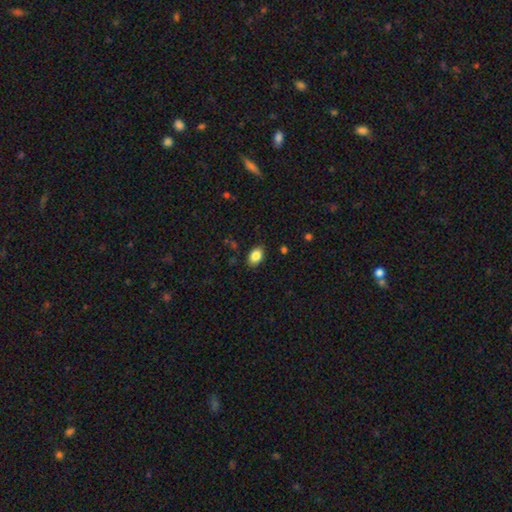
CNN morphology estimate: Smooth or featured? Predicted: smooth (p=0.86). How rounded? Predicted: in between (p=0.83). Merging? Predicted: none (p=0.87).